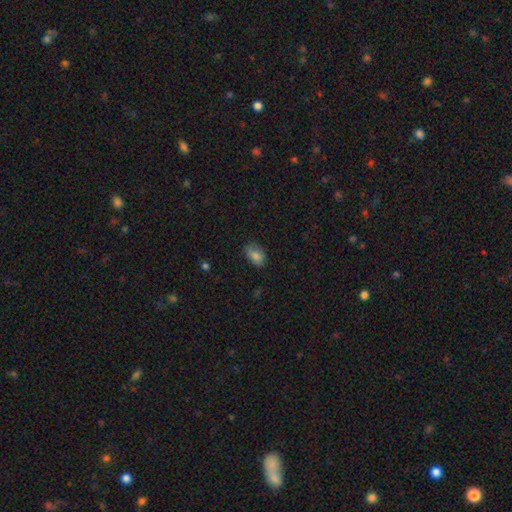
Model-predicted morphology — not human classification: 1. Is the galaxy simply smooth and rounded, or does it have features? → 82% smooth, 9% star or artifact, 9% featured or disk.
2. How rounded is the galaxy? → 85% in between, 13% round, 1% cigar-shaped.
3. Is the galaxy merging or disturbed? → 67% none, 26% minor disturbance, 6% major disturbance, 2% merger.